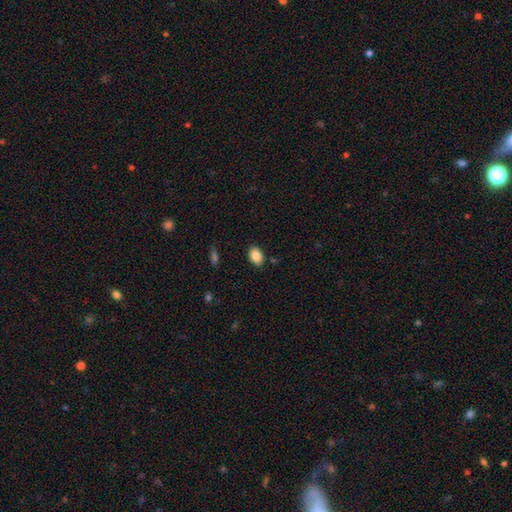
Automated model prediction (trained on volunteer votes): A smooth galaxy with no disk features (87%) that is in between round and cigar-shaped (85%).

Vote fractions:
- Smooth or featured? smooth: 87% / star or artifact: 8% / featured or disk: 6%
- How rounded? in between: 85% / round: 14% / cigar-shaped: 1%
- Merging? none: 86% / minor disturbance: 10% / major disturbance: 2% / merger: 2%